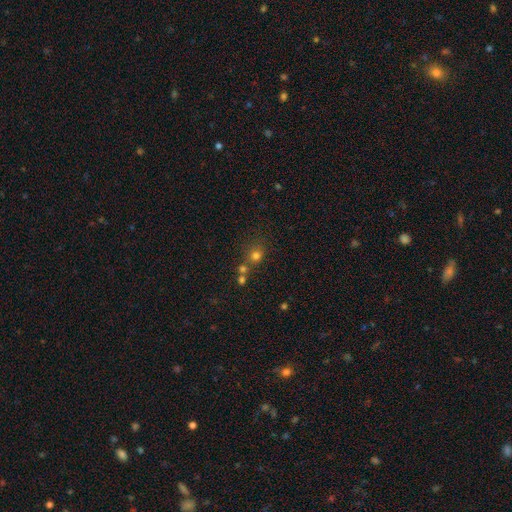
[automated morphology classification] This appears to be a smooth galaxy with no disk features (71%) that is round (83%). Merging: none (58%).